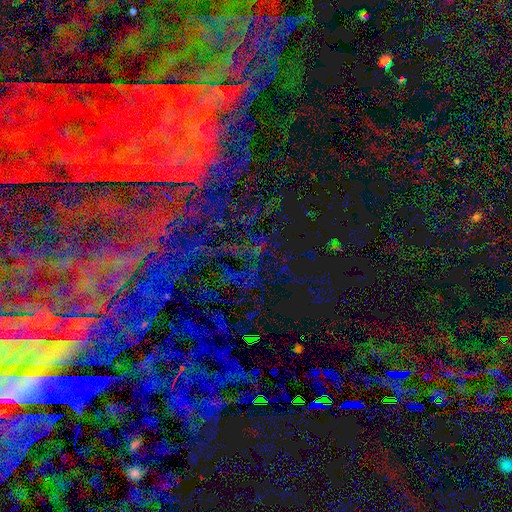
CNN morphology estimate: Smooth or featured?
  - star or artifact: 67% *
  - featured or disk: 21%
  - smooth: 12%